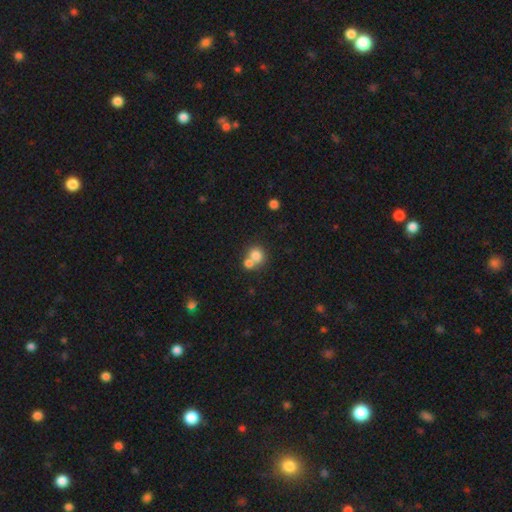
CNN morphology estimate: The model was most divided on "merging": merger: 52%, none: 39%, minor disturbance: 7%, major disturbance: 3%. More confident: smooth or featured — smooth (78%); how rounded — round (75%).